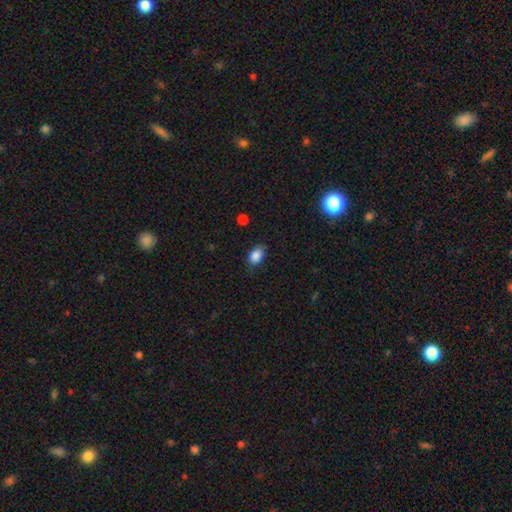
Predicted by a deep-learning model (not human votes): Morphology: type=smooth (87%); roundness=in between (83%); merging=none (79%).